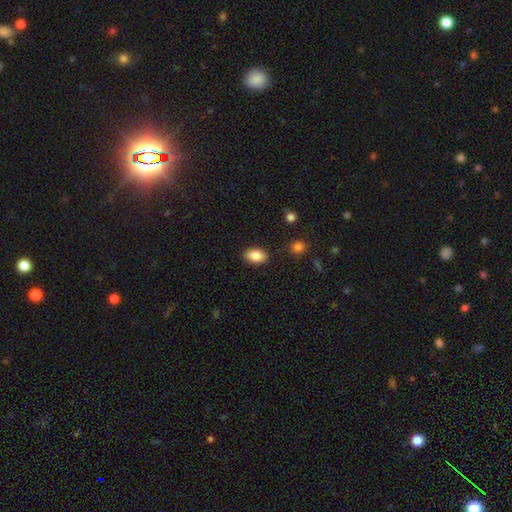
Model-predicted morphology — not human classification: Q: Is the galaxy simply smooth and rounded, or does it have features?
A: smooth — 86%.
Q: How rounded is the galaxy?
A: in between — 88%.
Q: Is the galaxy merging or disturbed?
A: none — 87%.